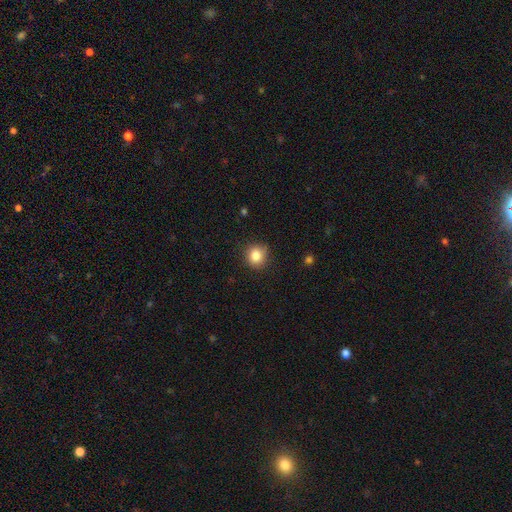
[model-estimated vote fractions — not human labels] This appears to be a smooth galaxy with no disk features (84%) that is round (87%). Merging: none (86%).